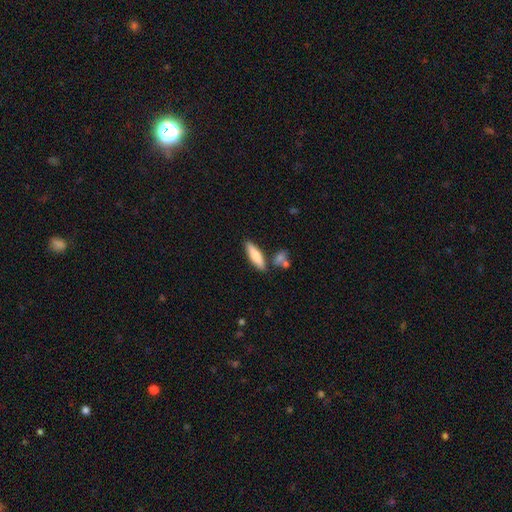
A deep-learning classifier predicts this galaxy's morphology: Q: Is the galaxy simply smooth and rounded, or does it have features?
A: smooth — 73%.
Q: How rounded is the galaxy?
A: cigar-shaped — 62%.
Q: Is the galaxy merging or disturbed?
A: none — 78%.